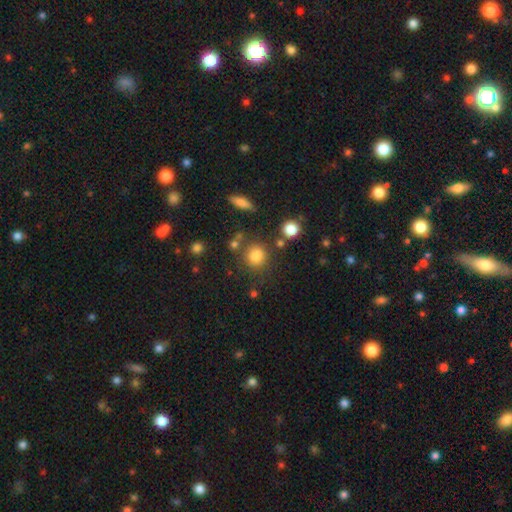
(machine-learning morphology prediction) A smooth galaxy with no disk features (80%) that is round (78%). Merging: none (73%).